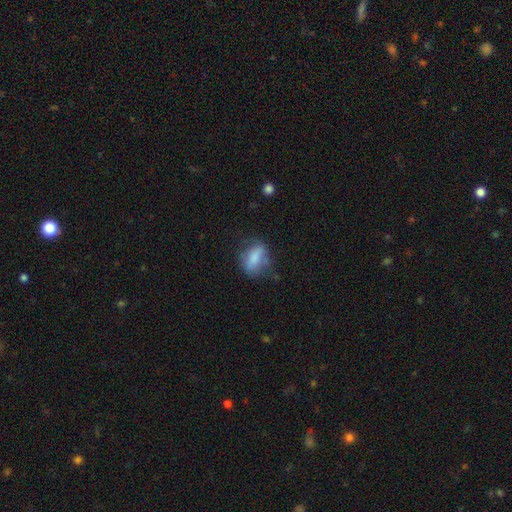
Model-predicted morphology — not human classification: smooth_or_featured: smooth (p=0.71) [alt: featured or disk p=0.20]
how_rounded: in between (p=0.79) [alt: round p=0.15]
merging: none (p=0.56) [alt: minor disturbance p=0.29]